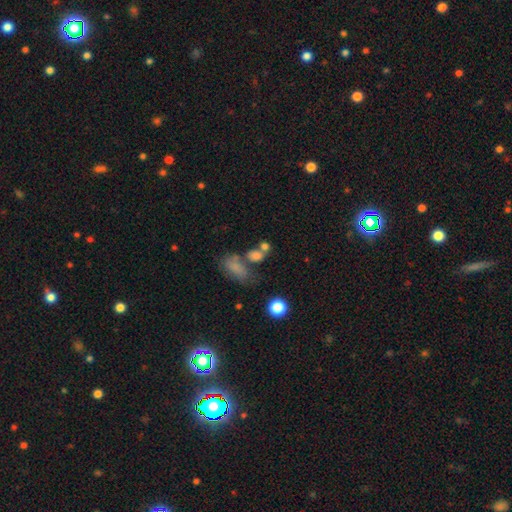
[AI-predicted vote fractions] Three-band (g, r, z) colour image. It shows a smooth galaxy with no disk features (71%) that is in between round and cigar-shaped (60%). Merging: none (39%, tied with merger).